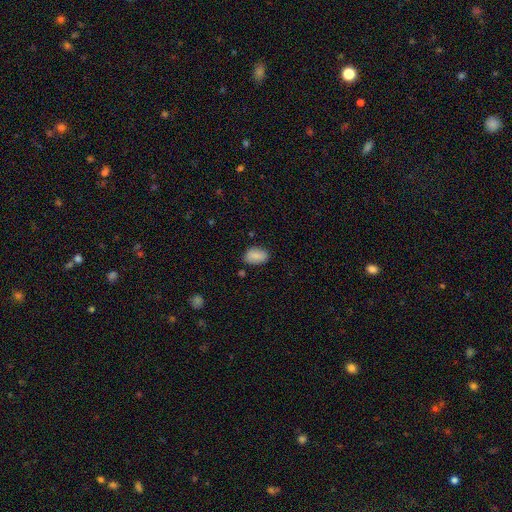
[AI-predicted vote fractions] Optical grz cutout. It shows a smooth galaxy with no disk features (86%) that is in between round and cigar-shaped (90%). Merging: none (78%).